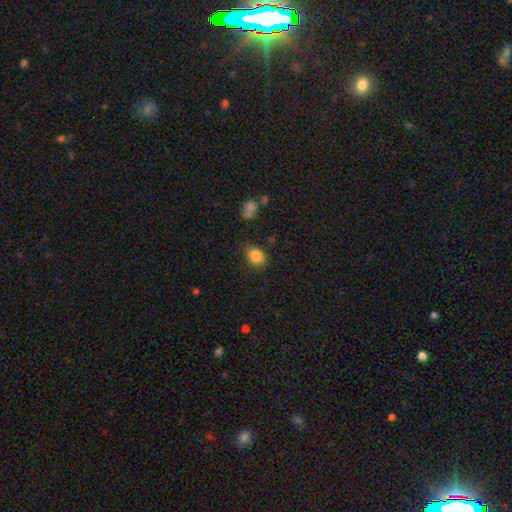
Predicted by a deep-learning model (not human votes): The model was most divided on "how rounded": in between: 62%, round: 37%, cigar-shaped: 1%. More confident: smooth or featured — smooth (85%); merging — none (74%).